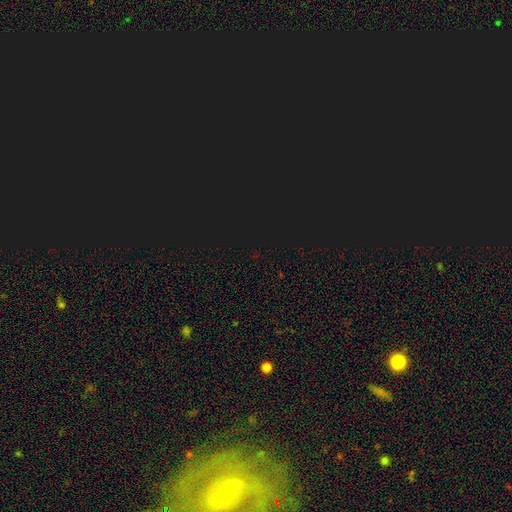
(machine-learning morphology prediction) Smooth or featured: star or artifact — 79% (smooth — 15%)